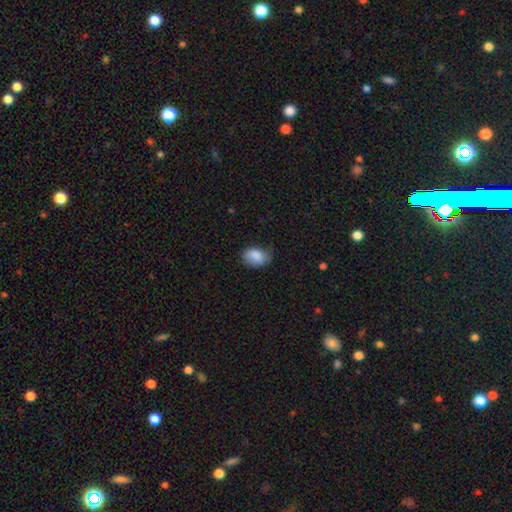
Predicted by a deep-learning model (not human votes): Smooth or featured: smooth — 84% (featured or disk — 9%)
How rounded: in between — 81% (round — 18%)
Merging: none — 63% (minor disturbance — 29%)